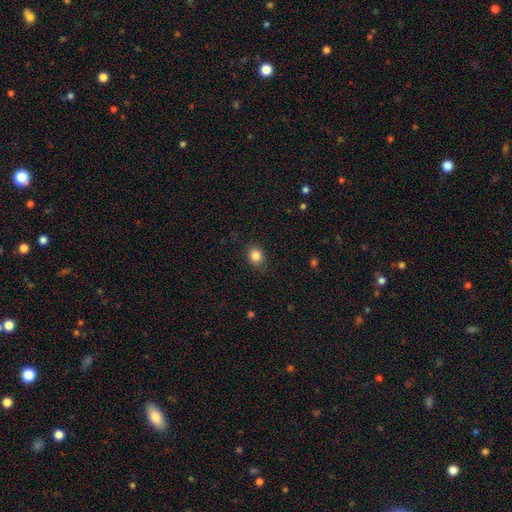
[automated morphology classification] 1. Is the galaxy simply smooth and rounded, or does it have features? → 85% smooth, 10% star or artifact, 5% featured or disk.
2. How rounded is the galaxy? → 64% round, 35% in between, 1% cigar-shaped.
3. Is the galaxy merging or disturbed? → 85% none, 11% minor disturbance, 3% major disturbance, 1% merger.